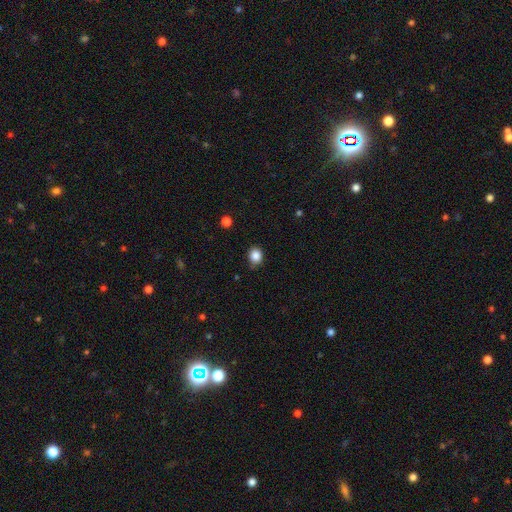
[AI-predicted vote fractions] Smooth or featured?
  - smooth: 85% *
  - star or artifact: 11%
  - featured or disk: 4%
How rounded?
  - round: 70% *
  - in between: 29%
  - cigar-shaped: 1%
Merging?
  - none: 81% *
  - minor disturbance: 15%
  - major disturbance: 3%
  - merger: 1%